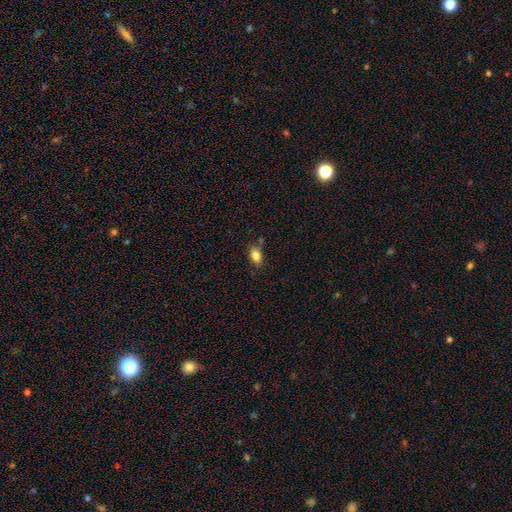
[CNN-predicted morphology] smooth 82%, star or artifact 10%, featured or disk 9%. Down the decision tree: how rounded — in between (83%); merging — none (75%).